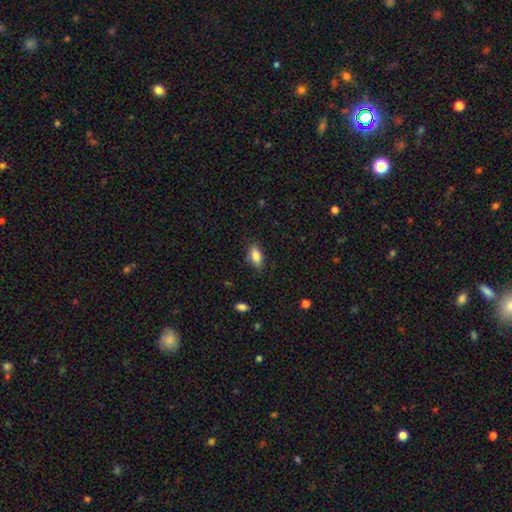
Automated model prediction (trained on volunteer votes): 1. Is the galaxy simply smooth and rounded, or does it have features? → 85% smooth, 8% star or artifact, 8% featured or disk.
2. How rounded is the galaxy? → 87% in between, 9% cigar-shaped, 4% round.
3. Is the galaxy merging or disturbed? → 76% none, 18% minor disturbance, 4% major disturbance, 2% merger.